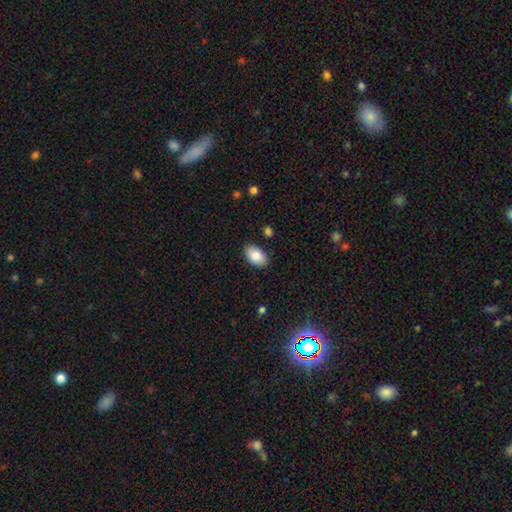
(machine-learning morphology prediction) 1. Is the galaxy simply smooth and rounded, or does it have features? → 85% smooth, 8% featured or disk, 7% star or artifact.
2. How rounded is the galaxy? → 93% in between, 6% round, 1% cigar-shaped.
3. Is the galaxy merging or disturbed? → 87% none, 9% minor disturbance, 2% major disturbance, 1% merger.